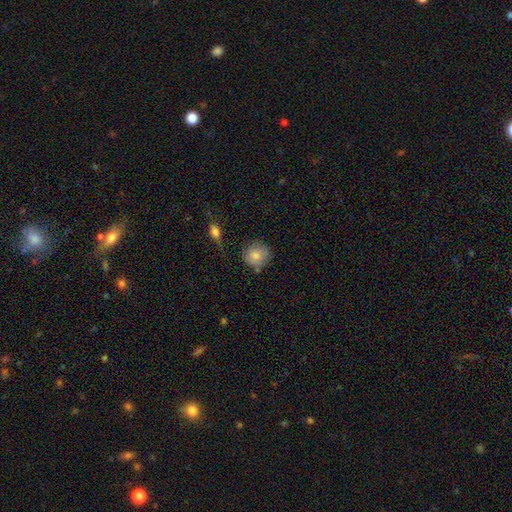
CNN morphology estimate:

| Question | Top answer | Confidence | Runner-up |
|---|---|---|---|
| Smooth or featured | smooth | 79% | featured or disk (13%) |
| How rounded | round | 89% | in between (10%) |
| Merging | none | 70% | minor disturbance (19%) |